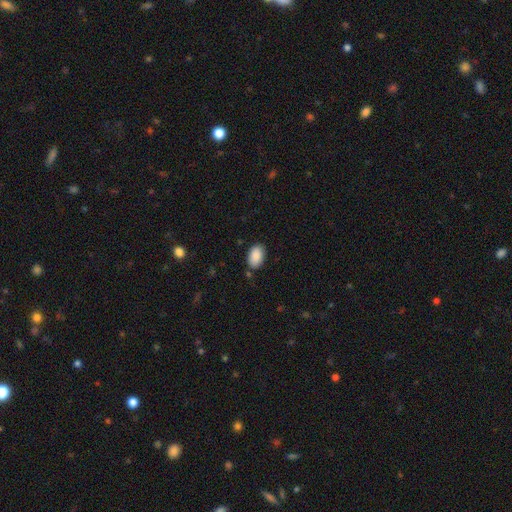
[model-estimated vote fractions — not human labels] This is clearly a smooth galaxy (90%). How rounded: clearly in between (92%). Merging: clearly none (82%).